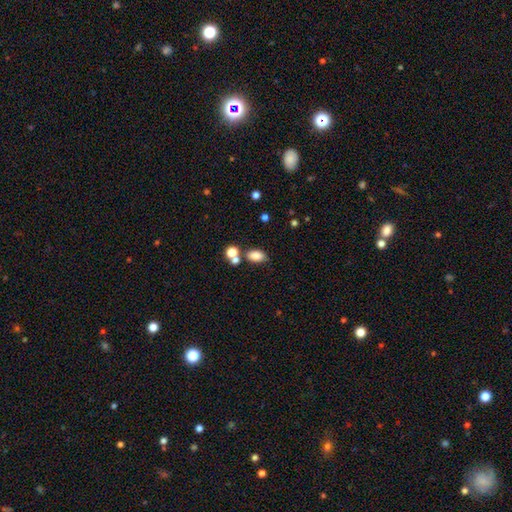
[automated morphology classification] This is clearly a smooth galaxy (83%). How rounded: clearly in between (86%). Merging: likely none (63%).